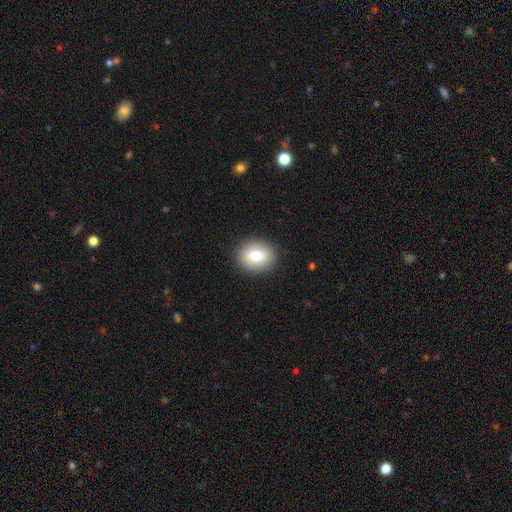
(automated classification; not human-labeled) This is likely a smooth galaxy (76%). How rounded: likely round (62%). Merging: clearly none (90%).